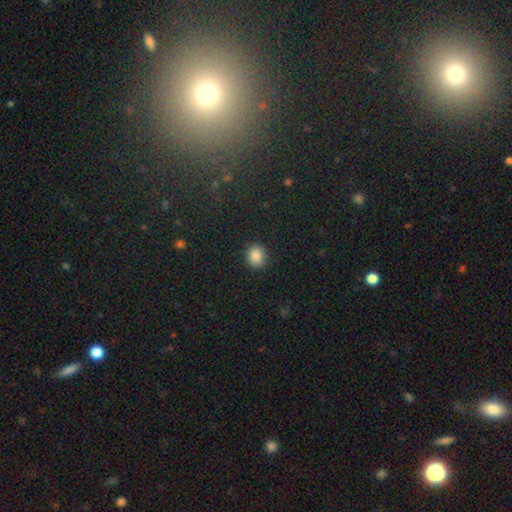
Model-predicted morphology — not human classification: This is clearly a smooth galaxy (87%). How rounded: likely round (72%). Merging: clearly none (90%).